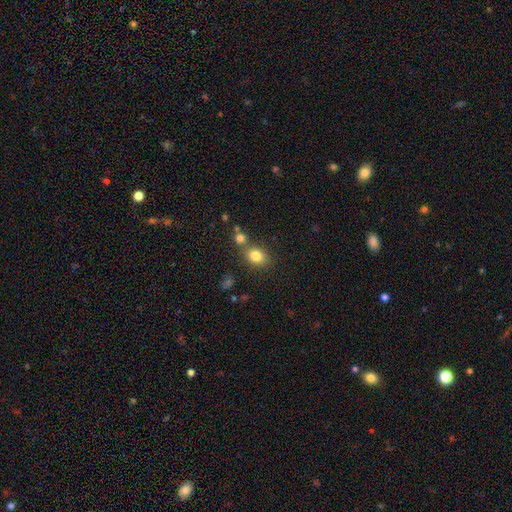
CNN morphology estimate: A smooth galaxy with no disk features (81%) that is in between round and cigar-shaped (53%).

Vote fractions:
- Smooth or featured? smooth: 81% / star or artifact: 11% / featured or disk: 8%
- How rounded? in between: 53% / round: 46% / cigar-shaped: 1%
- Merging? none: 60% / merger: 24% / minor disturbance: 12% / major disturbance: 4%